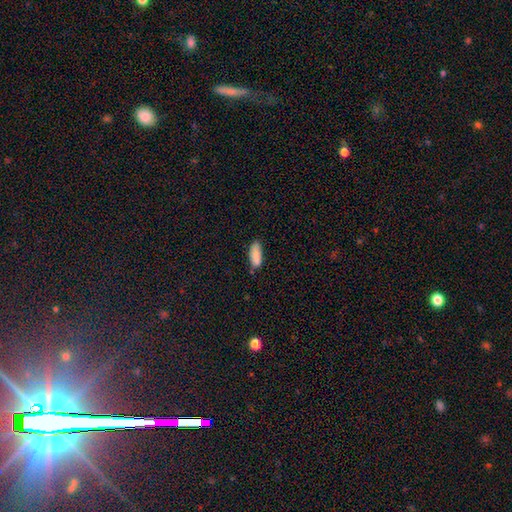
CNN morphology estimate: A smooth galaxy with no disk features (88%) that is in between round and cigar-shaped (74%).

Vote fractions:
- Smooth or featured? smooth: 88% / star or artifact: 7% / featured or disk: 5%
- How rounded? in between: 74% / cigar-shaped: 24% / round: 2%
- Merging? none: 70% / minor disturbance: 23% / major disturbance: 4% / merger: 3%